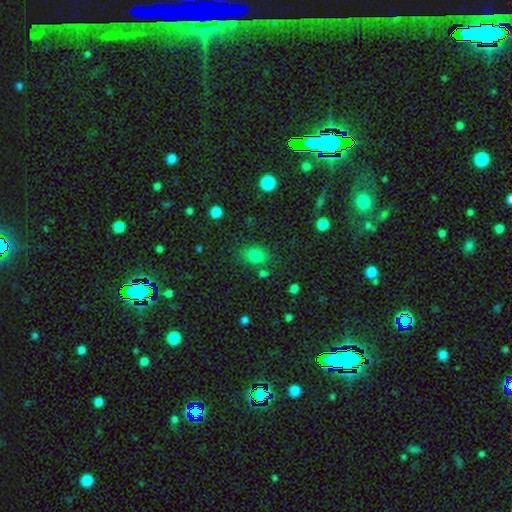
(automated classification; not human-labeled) smooth_or_featured: smooth (p=0.79) [alt: star or artifact p=0.14]
how_rounded: in between (p=0.62) [alt: round p=0.37]
merging: none (p=0.73) [alt: minor disturbance p=0.15]